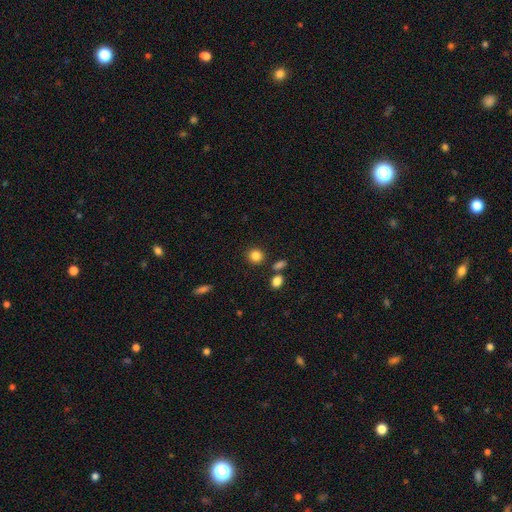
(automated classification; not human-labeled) The model was most divided on "how rounded": round: 86%, in between: 13%, cigar-shaped: 1%. More confident: smooth or featured — smooth (85%); merging — none (84%).